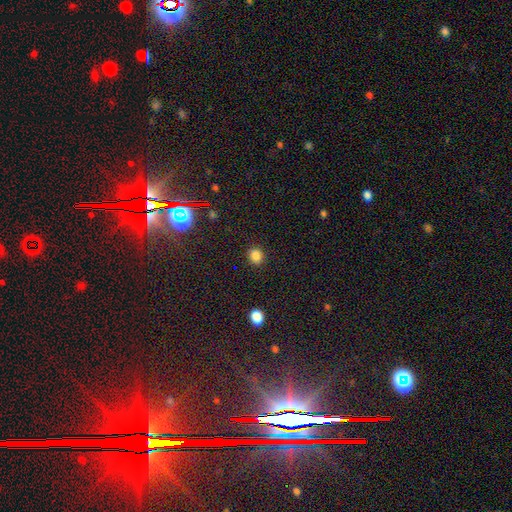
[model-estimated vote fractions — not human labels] This is clearly a smooth galaxy (83%). How rounded: likely round (71%). Merging: clearly none (89%).